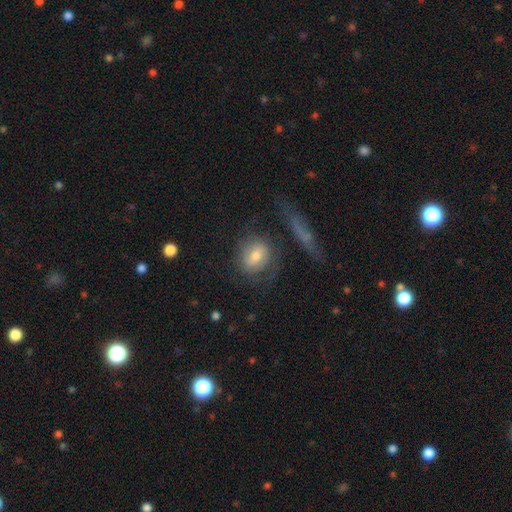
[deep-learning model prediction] Overall: smooth (52%; featured or disk 39%). How rounded: round (65%; in between 32%). Merging: none (63%).